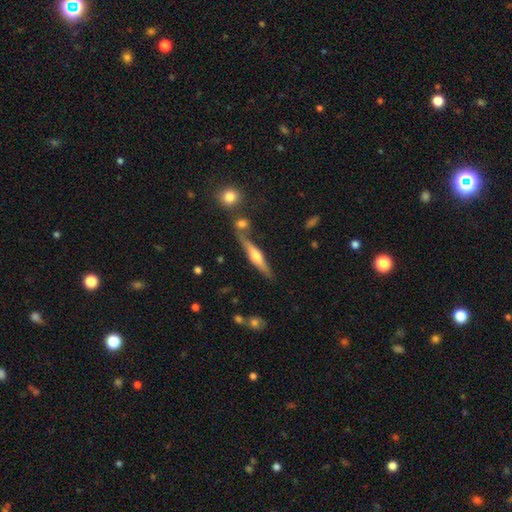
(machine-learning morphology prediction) Smooth or featured? featured or disk (66%)
Edge-on disk? yes (96%)
Edge-on bulge? rounded (88%)
Merging? none (72%)